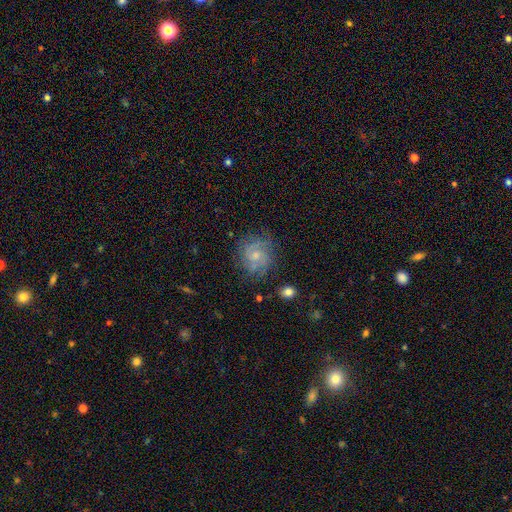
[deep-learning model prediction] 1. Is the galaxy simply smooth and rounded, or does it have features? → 59% featured or disk, 31% smooth, 10% star or artifact.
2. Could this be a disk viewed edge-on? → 97% no, 3% yes.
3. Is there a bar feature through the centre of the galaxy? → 67% no, 29% weak, 4% strong.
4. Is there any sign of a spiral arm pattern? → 83% yes, 17% no.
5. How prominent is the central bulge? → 53% small, 36% moderate, 8% none, 3% large, 1% dominant.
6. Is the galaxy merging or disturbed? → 69% none, 20% minor disturbance, 9% major disturbance, 2% merger.